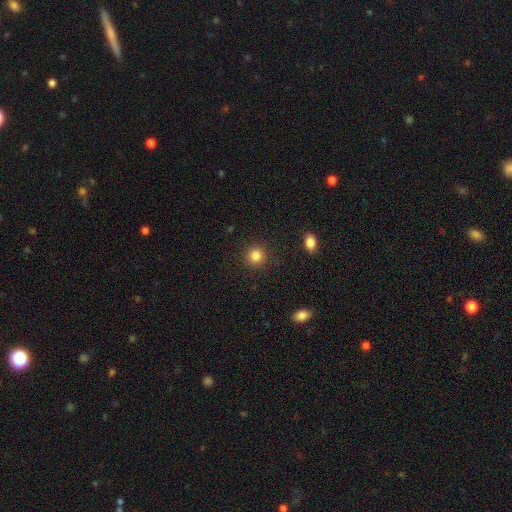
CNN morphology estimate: A smooth galaxy with no disk features (85%) that is round (92%).

Vote fractions:
- Smooth or featured? smooth: 85% / star or artifact: 11% / featured or disk: 4%
- How rounded? round: 92% / in between: 7% / cigar-shaped: 1%
- Merging? none: 89% / minor disturbance: 6% / major disturbance: 3% / merger: 1%